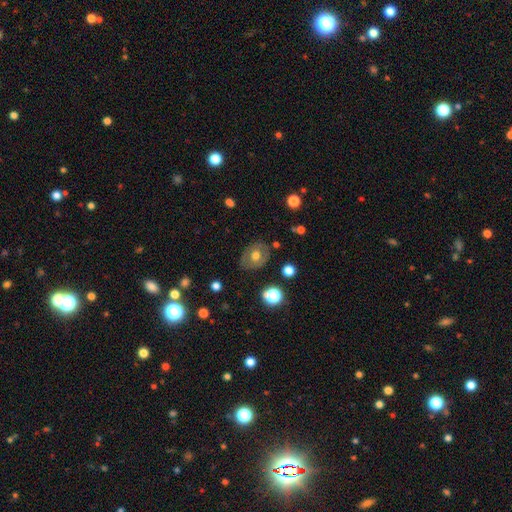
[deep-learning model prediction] Overall: smooth (55%; featured or disk 36%). How rounded: in between (53%; round 46%). Merging: none (80%).